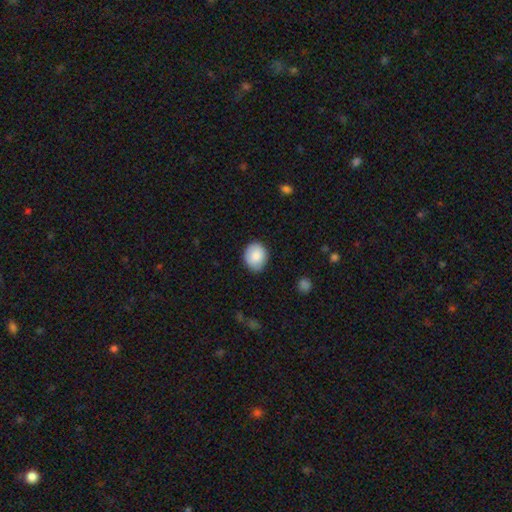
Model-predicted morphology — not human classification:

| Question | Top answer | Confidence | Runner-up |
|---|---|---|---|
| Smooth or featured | smooth | 86% | featured or disk (7%) |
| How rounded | round | 60% | in between (39%) |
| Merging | none | 81% | minor disturbance (15%) |